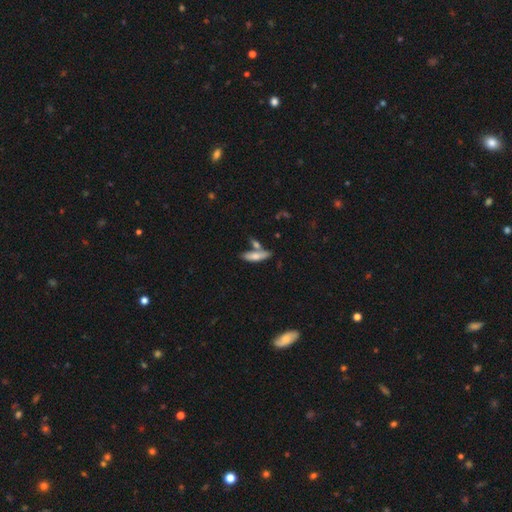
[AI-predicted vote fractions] The model was most divided on "how rounded": cigar-shaped: 57%, in between: 41%, round: 2%. More confident: smooth or featured — smooth (71%); merging — none (55%).